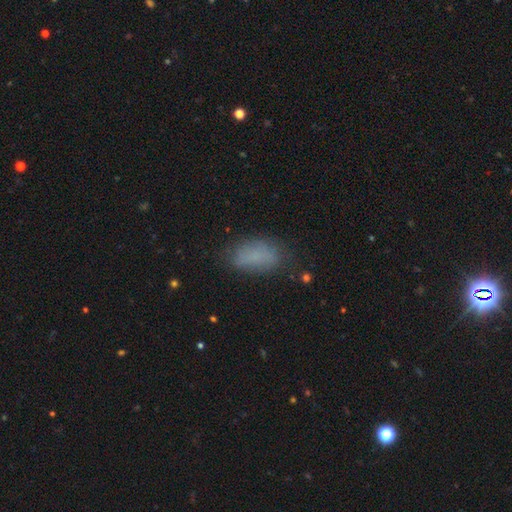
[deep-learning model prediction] Morphology: type=smooth (78%); roundness=in between (90%); merging=none (69%).